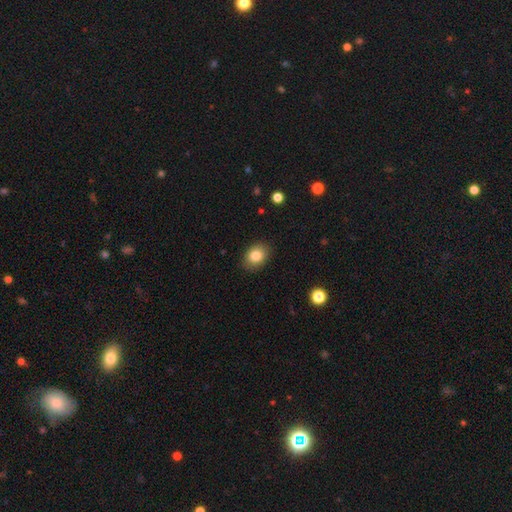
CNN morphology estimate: A smooth galaxy with no disk features (83%) that is in between round and cigar-shaped (66%). Merging: none (87%).